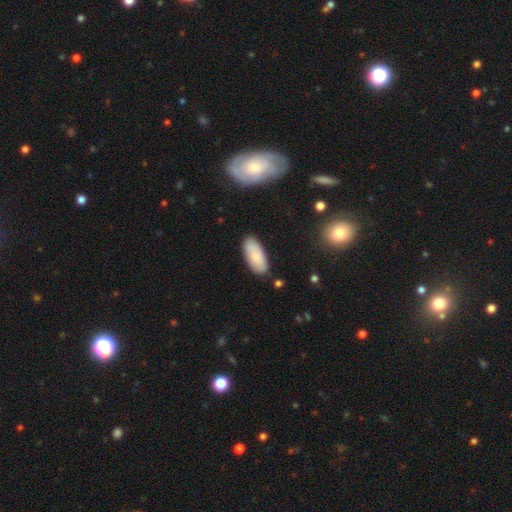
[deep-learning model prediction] A smooth galaxy with no disk features (82%) that is in between round and cigar-shaped (89%).

Vote fractions:
- Smooth or featured? smooth: 82% / featured or disk: 12% / star or artifact: 6%
- How rounded? in between: 89% / cigar-shaped: 9% / round: 2%
- Merging? none: 83% / minor disturbance: 12% / major disturbance: 3% / merger: 2%